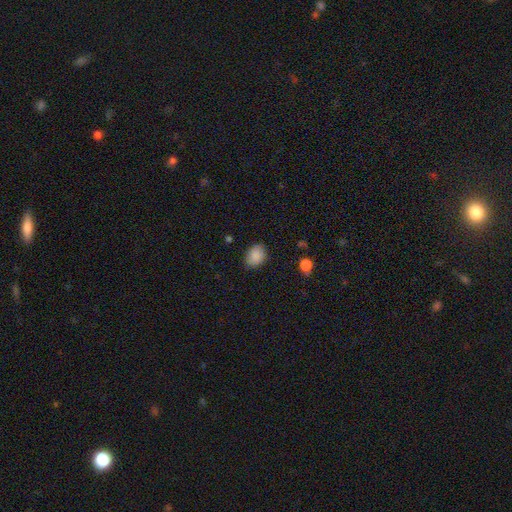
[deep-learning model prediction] A smooth galaxy with no disk features (87%) that is in between round and cigar-shaped (67%). Merging: none (82%).